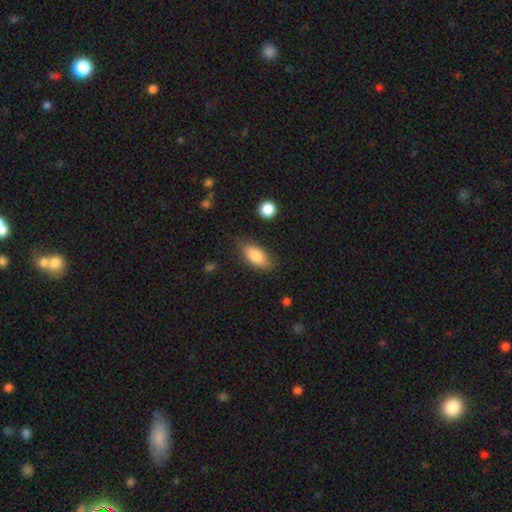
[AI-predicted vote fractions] smooth_or_featured: smooth (p=0.83) [alt: featured or disk p=0.11]
how_rounded: in between (p=0.86) [alt: cigar-shaped p=0.10]
merging: none (p=0.78) [alt: minor disturbance p=0.16]